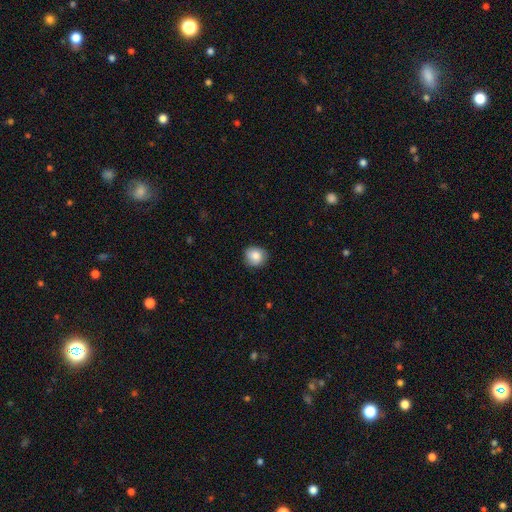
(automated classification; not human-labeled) The model was most divided on "merging": none: 84%, minor disturbance: 12%, major disturbance: 2%, merger: 1%. More confident: how rounded — round (86%); smooth or featured — smooth (83%).